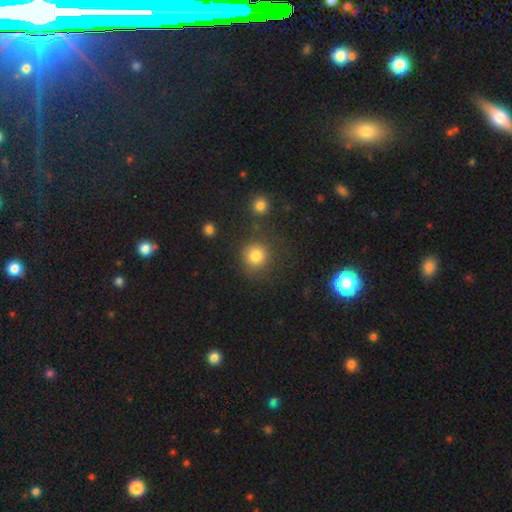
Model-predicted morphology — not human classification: This appears to be a smooth galaxy with no disk features (83%) that is round (91%). Merging: none (79%).